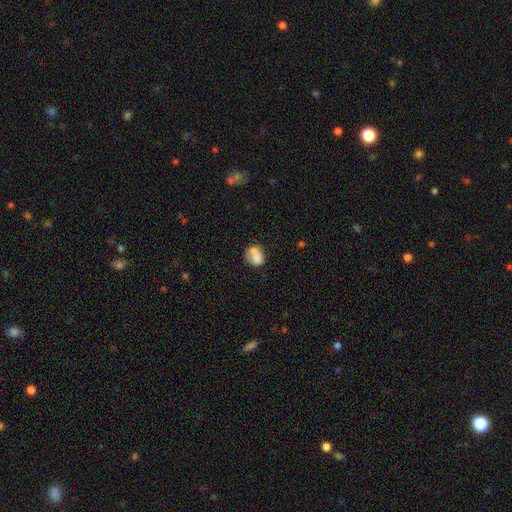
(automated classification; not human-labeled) smooth 71%, featured or disk 20%, star or artifact 9%. Down the decision tree: how rounded — round (57%); merging — merger (48%).